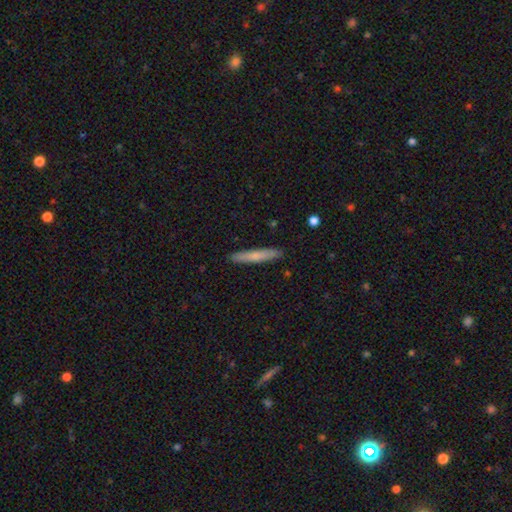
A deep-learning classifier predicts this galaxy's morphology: This appears to be a smooth galaxy with no disk features (66%) that is cigar-shaped (94%). Merging: none (90%).